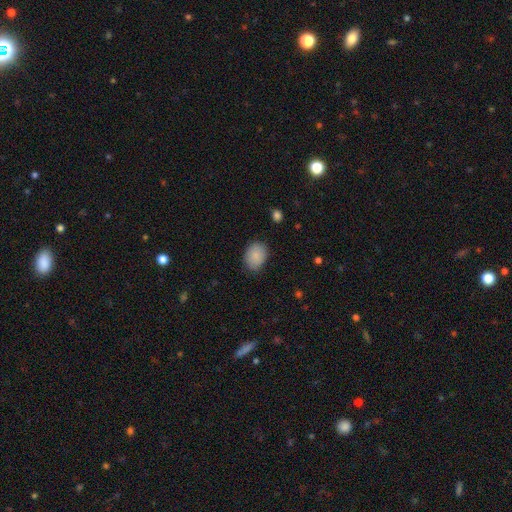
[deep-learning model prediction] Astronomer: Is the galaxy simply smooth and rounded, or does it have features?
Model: smooth — 88%.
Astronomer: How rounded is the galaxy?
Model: in between — 66%.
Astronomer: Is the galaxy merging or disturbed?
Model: none — 81%.